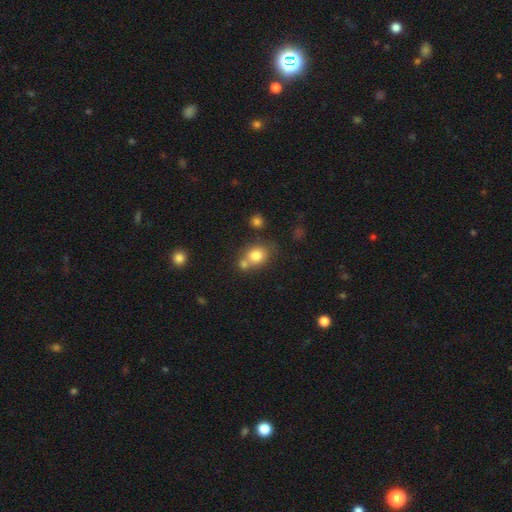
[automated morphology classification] Smooth or featured? smooth (78%)
How rounded? round (64%)
Merging? none (49%)